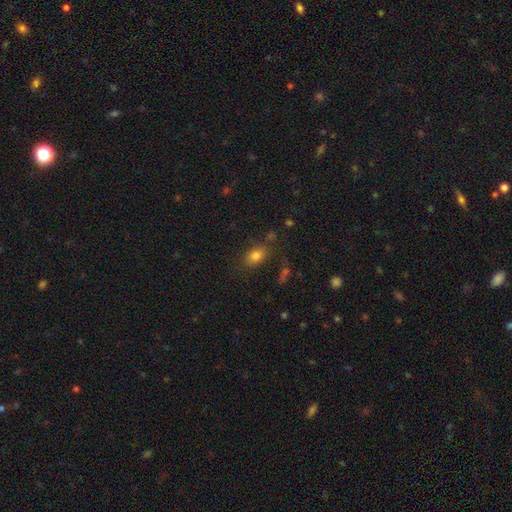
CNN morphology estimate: type=smooth (79%); roundness=in between (77%); merging=none (77%).